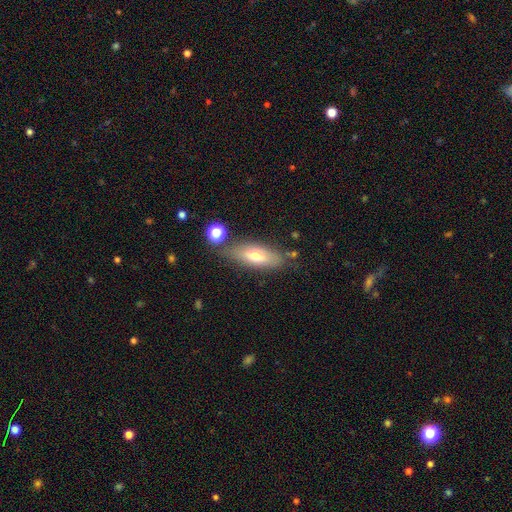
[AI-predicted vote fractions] Smooth or featured?
  - smooth: 60% *
  - featured or disk: 32%
  - star or artifact: 8%
How rounded?
  - in between: 62% *
  - cigar-shaped: 35%
  - round: 3%
Merging?
  - none: 73% *
  - minor disturbance: 16%
  - merger: 6%
  - major disturbance: 5%